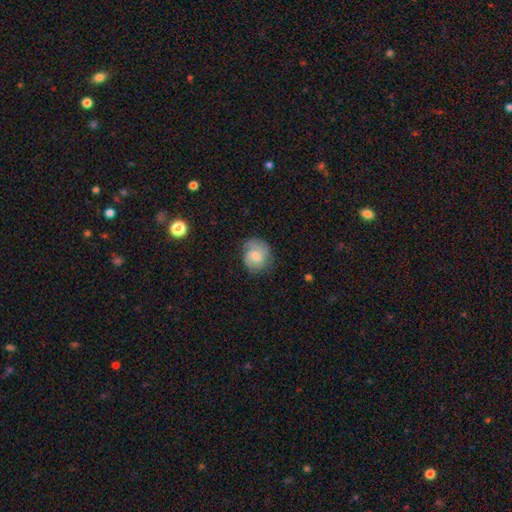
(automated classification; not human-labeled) This is possibly a featured or disk galaxy (50%). It is clearly not viewed edge-on (97%). Merging: likely none (67%).